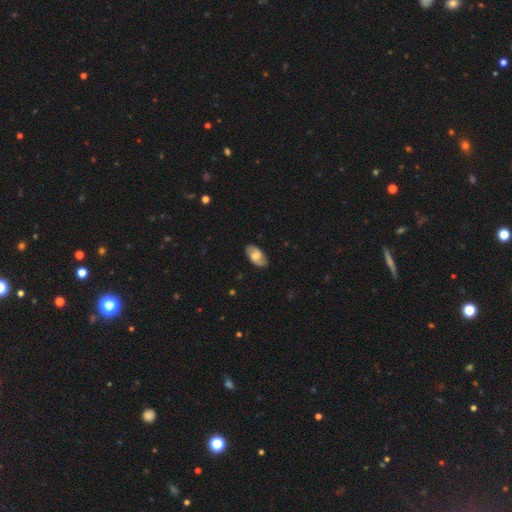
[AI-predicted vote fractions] This appears to be a featured or disk galaxy (50%). Merging: none (83%).